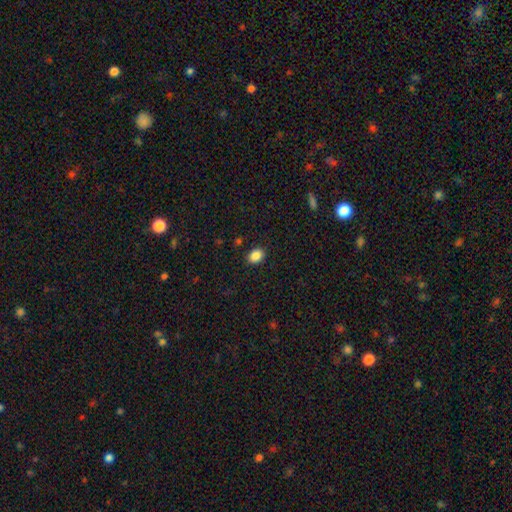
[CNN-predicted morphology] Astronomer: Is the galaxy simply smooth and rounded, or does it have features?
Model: smooth — 87%.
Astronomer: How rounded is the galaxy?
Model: in between — 61% (runner-up: round, 38%).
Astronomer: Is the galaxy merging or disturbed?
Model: none — 89%.